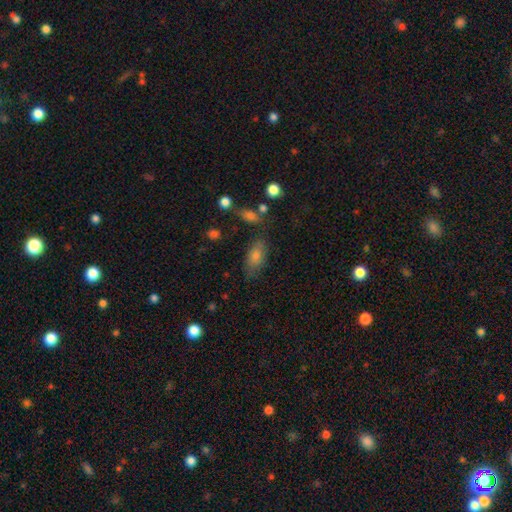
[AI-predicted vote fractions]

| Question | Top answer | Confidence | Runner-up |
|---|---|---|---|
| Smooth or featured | smooth | 71% | featured or disk (16%) |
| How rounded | in between | 85% | cigar-shaped (9%) |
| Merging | none | 73% | minor disturbance (17%) |